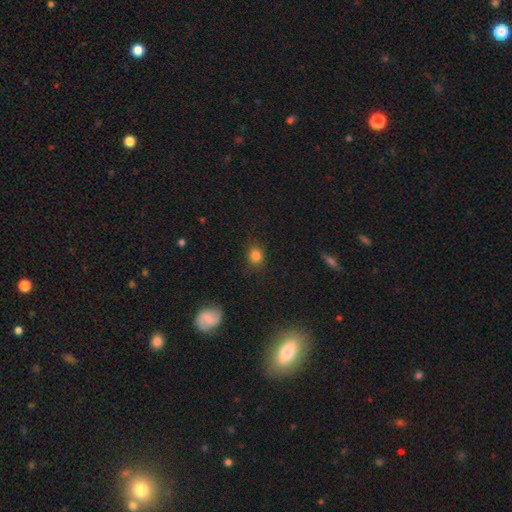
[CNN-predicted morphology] Smooth or featured?
  - smooth: 82% *
  - star or artifact: 13%
  - featured or disk: 5%
How rounded?
  - round: 73% *
  - in between: 26%
  - cigar-shaped: 1%
Merging?
  - none: 82% *
  - minor disturbance: 13%
  - major disturbance: 4%
  - merger: 1%